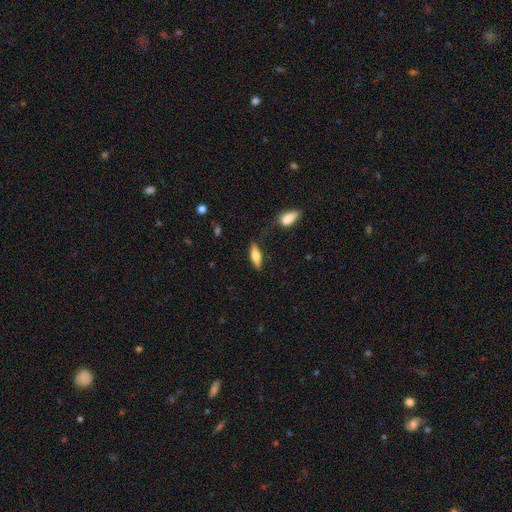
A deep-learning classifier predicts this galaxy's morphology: Overall: smooth (61%; featured or disk 32%). How rounded: in between (51%; cigar-shaped 47%). Merging: none (79%).